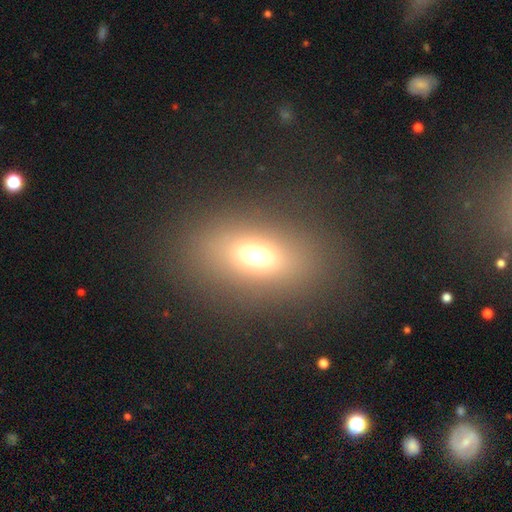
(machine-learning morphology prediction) A smooth galaxy with no disk features (66%) that is in between round and cigar-shaped (77%).

Vote fractions:
- Smooth or featured? smooth: 66% / featured or disk: 18% / star or artifact: 17%
- How rounded? in between: 77% / round: 17% / cigar-shaped: 6%
- Merging? none: 84% / minor disturbance: 9% / major disturbance: 6% / merger: 1%